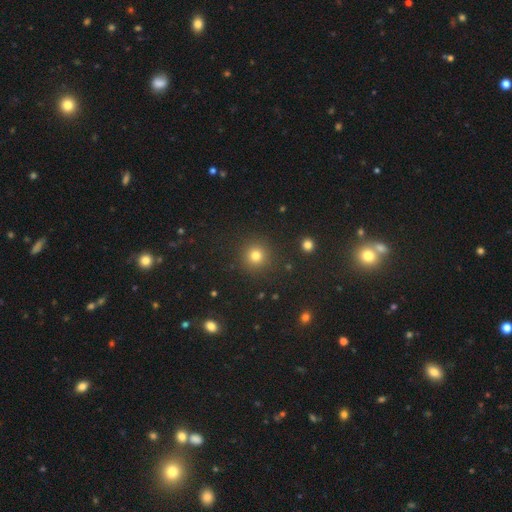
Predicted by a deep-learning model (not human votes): This appears to be a smooth galaxy with no disk features (78%) that is round (94%). Merging: none (90%).